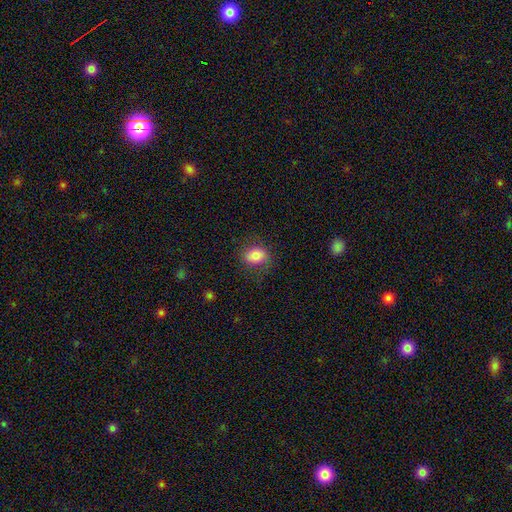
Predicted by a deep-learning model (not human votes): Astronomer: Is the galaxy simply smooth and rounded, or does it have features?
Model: smooth — 81%.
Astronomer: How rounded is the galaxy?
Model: in between — 57% (runner-up: round, 42%).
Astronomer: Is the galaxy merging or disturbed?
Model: none — 80%.